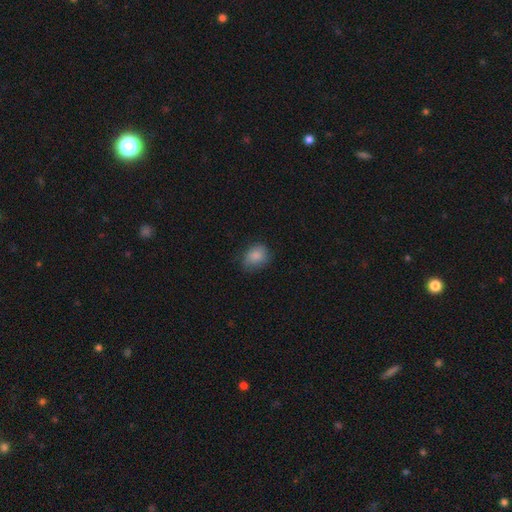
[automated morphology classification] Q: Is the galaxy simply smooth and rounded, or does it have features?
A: smooth — 84%.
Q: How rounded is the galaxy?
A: in between — 55%.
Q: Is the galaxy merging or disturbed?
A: none — 67%.